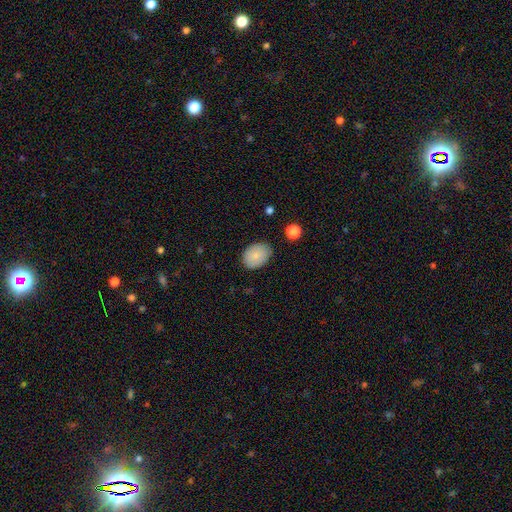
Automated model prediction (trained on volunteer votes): Smooth or featured?
  - smooth: 83% *
  - featured or disk: 10%
  - star or artifact: 8%
How rounded?
  - in between: 69% *
  - round: 30%
  - cigar-shaped: 1%
Merging?
  - none: 78% *
  - minor disturbance: 18%
  - major disturbance: 3%
  - merger: 2%